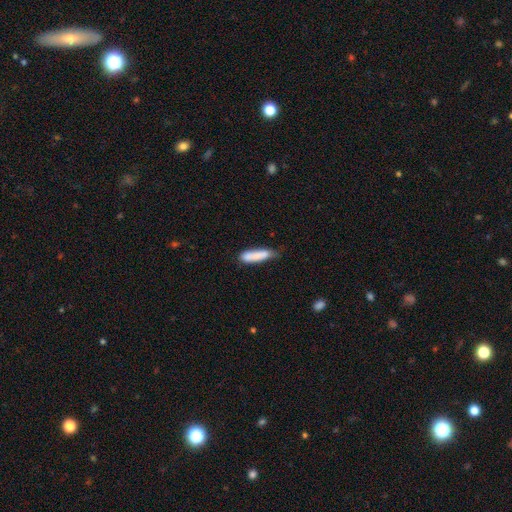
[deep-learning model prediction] A smooth galaxy with no disk features (81%) that is cigar-shaped (74%). Merging: none (55%).